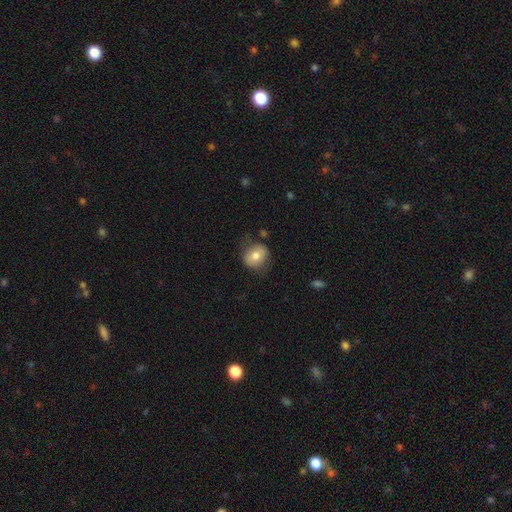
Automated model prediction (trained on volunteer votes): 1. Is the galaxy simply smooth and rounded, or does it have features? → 71% smooth, 21% featured or disk, 8% star or artifact.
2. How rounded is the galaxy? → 63% round, 35% in between, 1% cigar-shaped.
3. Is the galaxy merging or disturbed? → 70% none, 21% minor disturbance, 7% major disturbance, 2% merger.